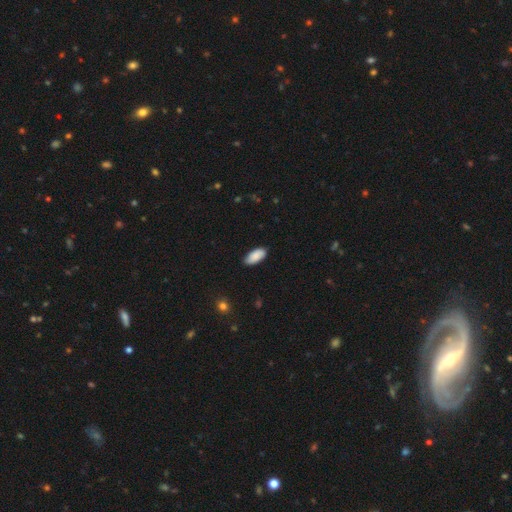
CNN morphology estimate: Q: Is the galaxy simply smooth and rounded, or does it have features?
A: smooth — 88%.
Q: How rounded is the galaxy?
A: in between — 93%.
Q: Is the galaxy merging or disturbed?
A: none — 84%.